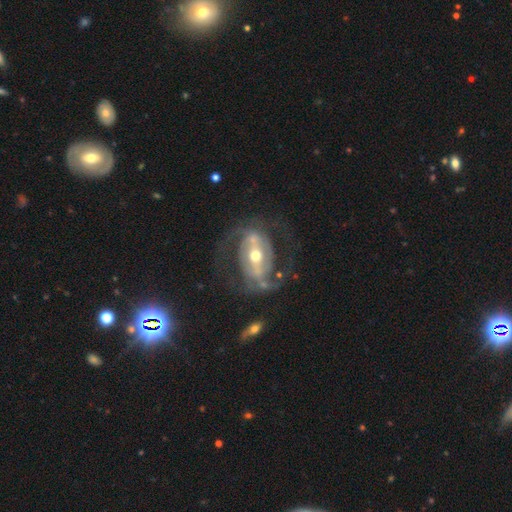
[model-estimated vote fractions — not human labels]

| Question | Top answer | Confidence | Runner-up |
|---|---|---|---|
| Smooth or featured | featured or disk | 85% | smooth (9%) |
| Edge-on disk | no | 95% | yes (5%) |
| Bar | strong | 55% | weak (29%) |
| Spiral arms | yes | 82% | no (18%) |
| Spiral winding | medium | 47% | loose (28%) |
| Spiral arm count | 2 | 81% | can't tell (9%) |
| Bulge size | moderate | 67% | small (25%) |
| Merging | none | 62% | major disturbance (20%) |